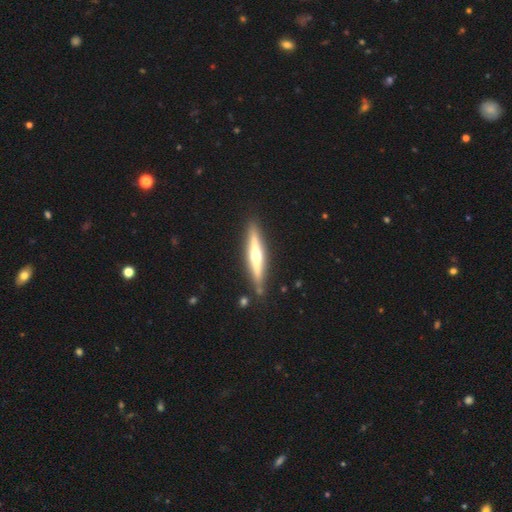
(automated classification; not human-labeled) A featured or disk galaxy (73%) viewed edge-on (97%) with a rounded central bulge (92%).

Vote fractions:
- Smooth or featured? featured or disk: 73% / smooth: 22% / star or artifact: 5%
- Edge-on disk? yes: 97% / no: 3%
- Edge-on bulge? rounded: 92% / none: 5% / boxy: 3%
- Merging? none: 86% / minor disturbance: 9% / merger: 3% / major disturbance: 2%